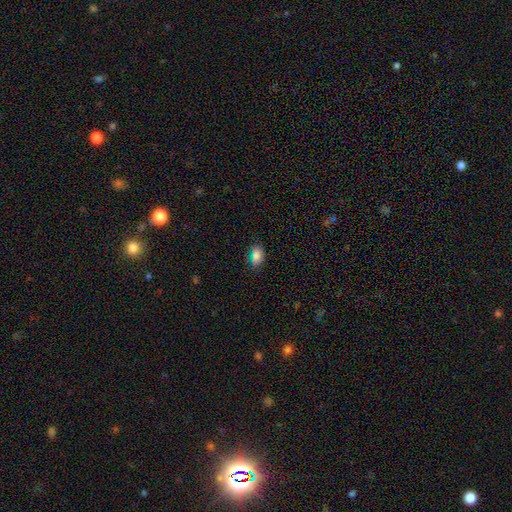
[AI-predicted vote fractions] This appears to be a smooth galaxy with no disk features (82%) that is in between round and cigar-shaped (85%). Merging: none (74%).